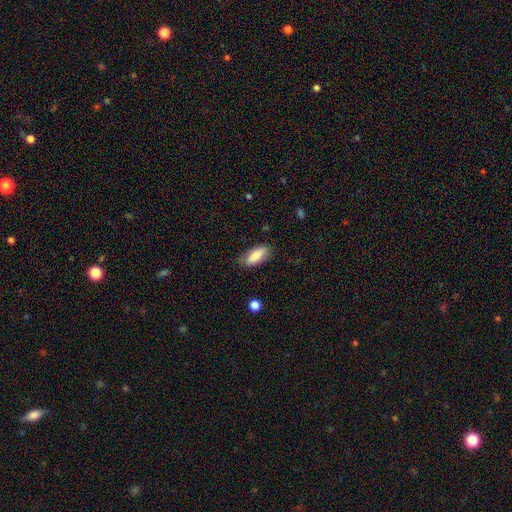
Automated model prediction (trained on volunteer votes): smooth-or-featured: smooth: 76% | featured or disk: 17% | star or artifact: 7%
  how-rounded: in between: 81% | cigar-shaped: 17% | round: 2%
  merging: none: 79% | minor disturbance: 16% | major disturbance: 3% | merger: 1%